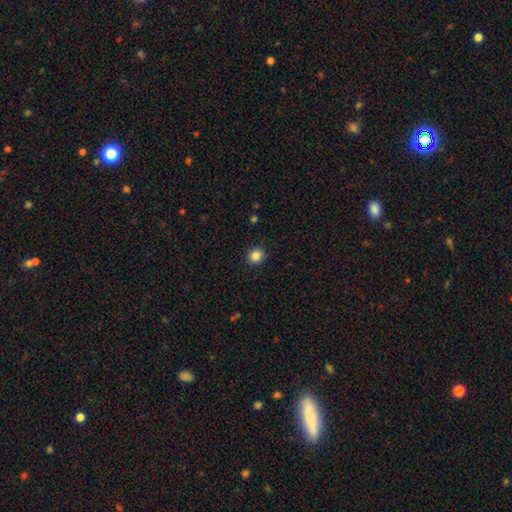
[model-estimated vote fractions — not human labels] Overall: smooth (86%). How rounded: round (82%). Merging: none (90%).